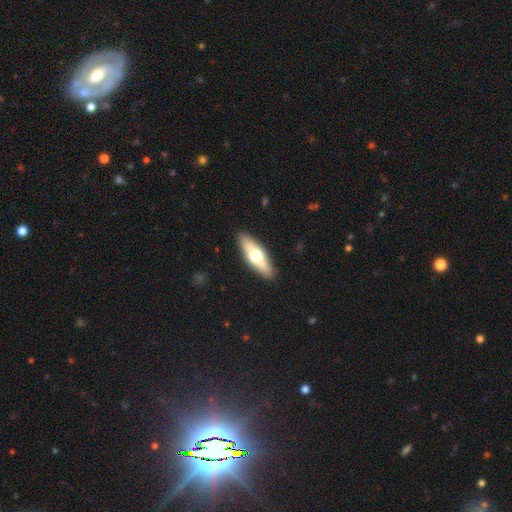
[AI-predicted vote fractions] Overall: smooth (55%; featured or disk 40%). How rounded: in between (50%; cigar-shaped 48%). Merging: none (90%).